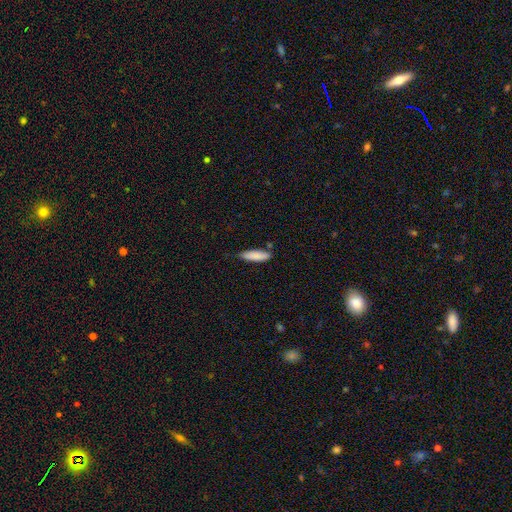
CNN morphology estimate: This appears to be a smooth galaxy with no disk features (85%) that is cigar-shaped (59%). Merging: none (71%).